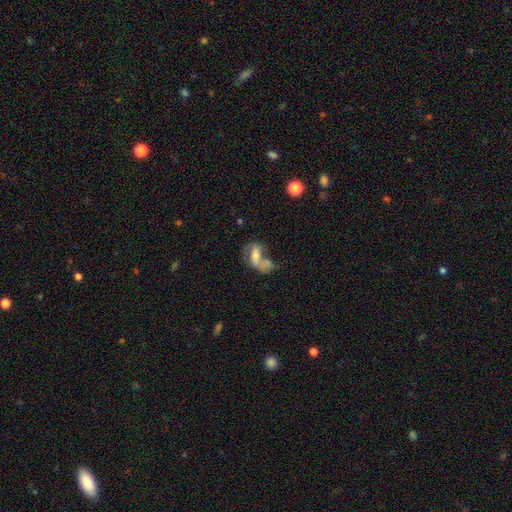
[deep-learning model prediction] smooth-or-featured: featured or disk: 53% | smooth: 34% | star or artifact: 13%
  disk-edge-on: no: 93% | yes: 7%
  merging: merger: 44% | none: 26% | major disturbance: 16% | minor disturbance: 13%